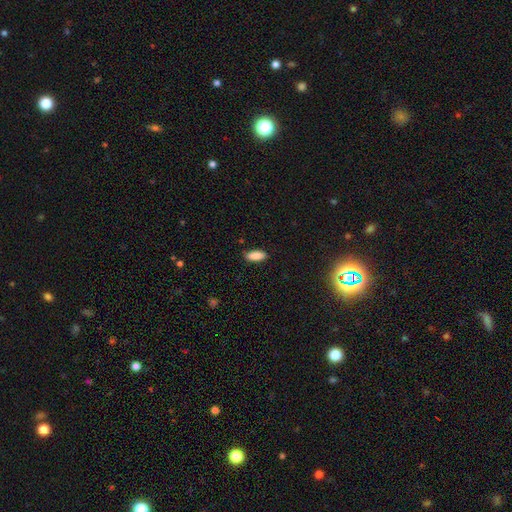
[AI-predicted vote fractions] Smooth or featured?
  - smooth: 88% *
  - star or artifact: 7%
  - featured or disk: 6%
How rounded?
  - in between: 82% *
  - cigar-shaped: 16%
  - round: 2%
Merging?
  - none: 85% *
  - minor disturbance: 12%
  - major disturbance: 2%
  - merger: 1%